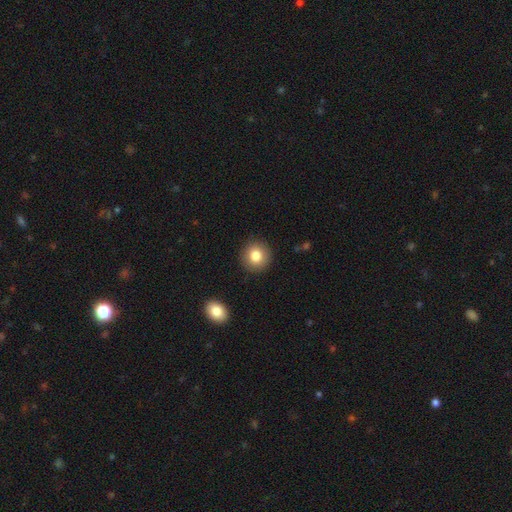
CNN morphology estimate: type=smooth (82%); roundness=round (91%); merging=none (91%).